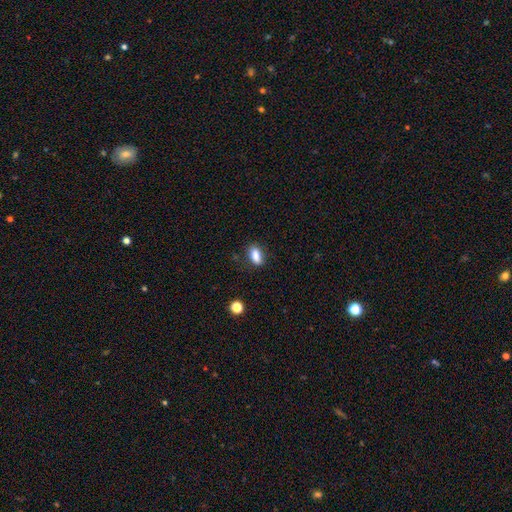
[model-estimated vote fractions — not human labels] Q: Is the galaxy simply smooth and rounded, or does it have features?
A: smooth — 85%.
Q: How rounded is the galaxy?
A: in between — 82%.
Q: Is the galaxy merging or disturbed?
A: none — 77%.